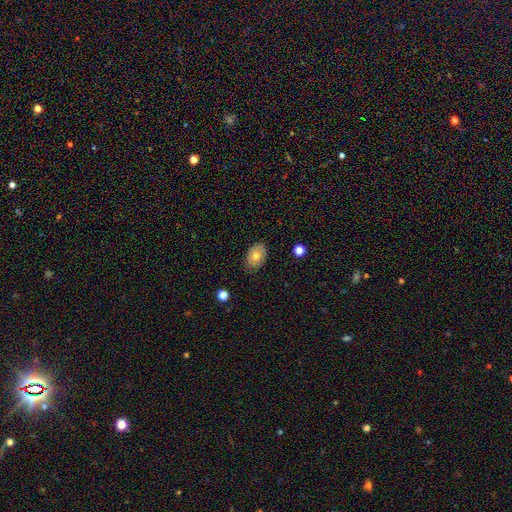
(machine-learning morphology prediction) smooth 72%, featured or disk 20%, star or artifact 9%. Down the decision tree: how rounded — in between (83%); merging — none (83%).